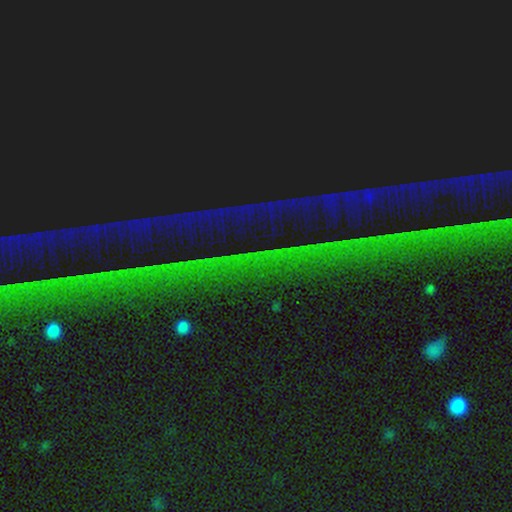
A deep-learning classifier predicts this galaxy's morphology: A star or artifact, not a galaxy (89%).